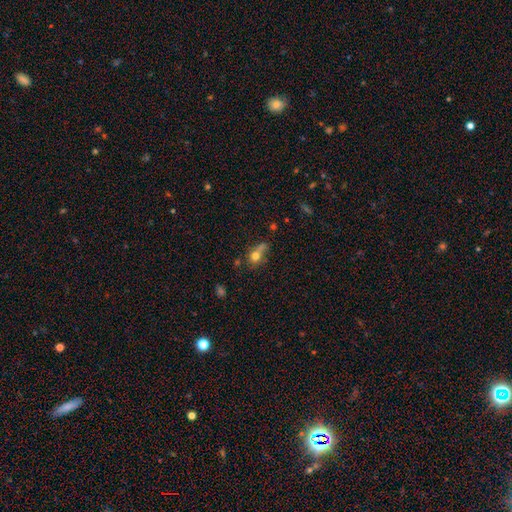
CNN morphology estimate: Smooth or featured?
  - smooth: 71% *
  - featured or disk: 16%
  - star or artifact: 13%
How rounded?
  - round: 55% *
  - in between: 39%
  - cigar-shaped: 6%
Merging?
  - none: 38% *
  - minor disturbance: 22%
  - merger: 20%
  - major disturbance: 19%